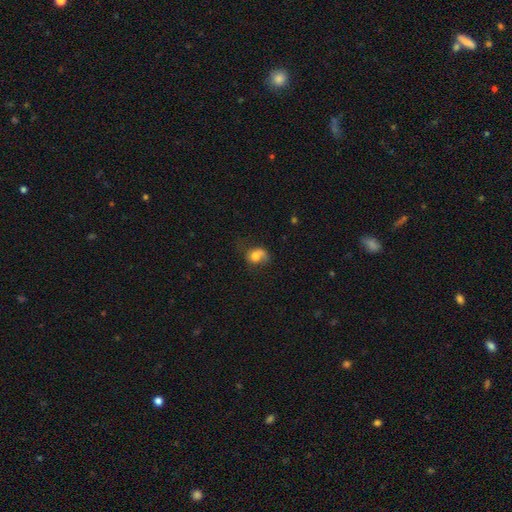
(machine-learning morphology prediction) A smooth galaxy with no disk features (65%) that is in between round and cigar-shaped (52%). Merging: none (36%).